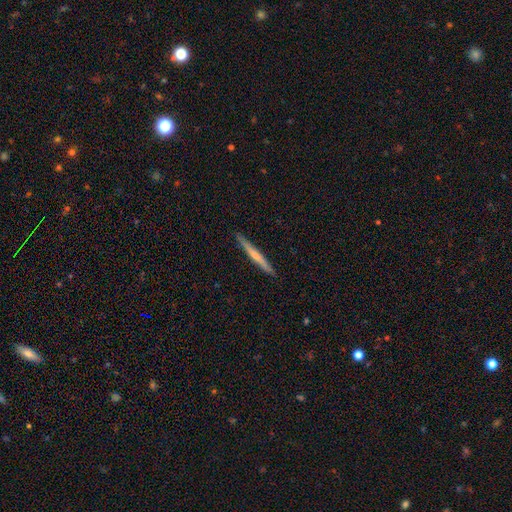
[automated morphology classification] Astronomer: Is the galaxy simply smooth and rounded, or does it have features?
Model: smooth — 50% (runner-up: featured or disk, 45%).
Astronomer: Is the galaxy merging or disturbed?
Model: none — 91%.